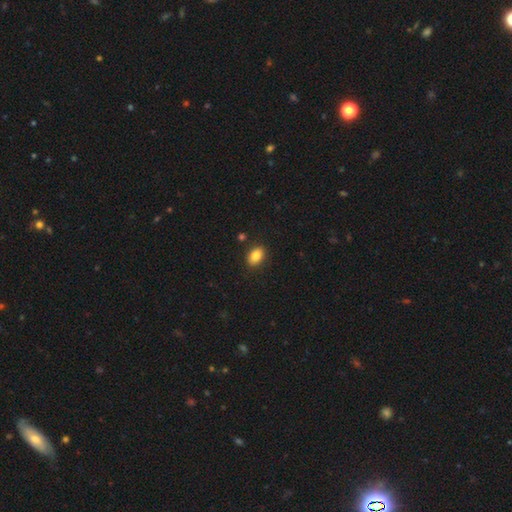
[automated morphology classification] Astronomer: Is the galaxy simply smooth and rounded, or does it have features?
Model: smooth — 86%.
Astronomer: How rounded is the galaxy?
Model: in between — 83%.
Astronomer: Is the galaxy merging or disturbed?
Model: none — 87%.